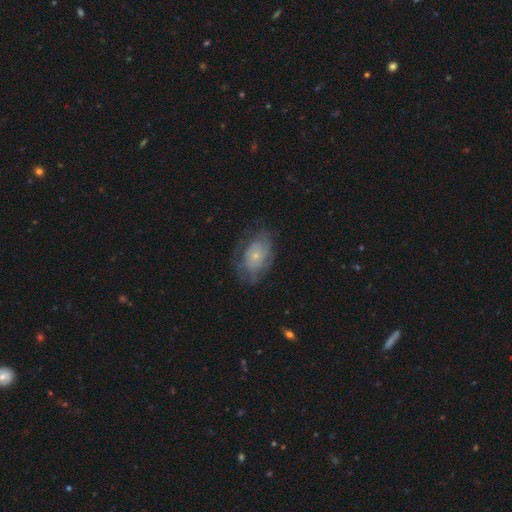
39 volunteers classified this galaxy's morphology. Smooth or featured?
  - smooth: 49% *
  - featured or disk: 44%
  - star or artifact: 8%
How rounded?
  - in between: 74% *
  - round: 21%
  - cigar-shaped: 5%
Merging?
  - none: 47% *
  - minor disturbance: 28%
  - major disturbance: 22%
  - merger: 3%